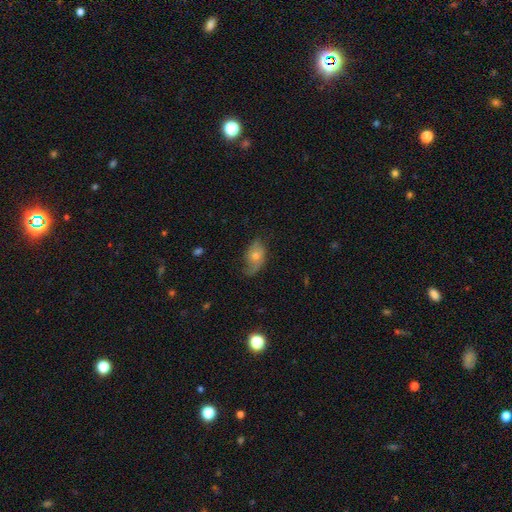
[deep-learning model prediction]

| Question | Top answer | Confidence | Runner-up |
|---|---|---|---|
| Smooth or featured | smooth | 49% | featured or disk (43%) |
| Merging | none | 53% | minor disturbance (31%) |